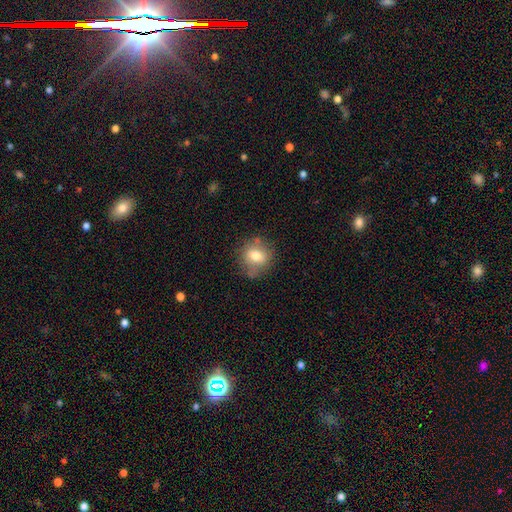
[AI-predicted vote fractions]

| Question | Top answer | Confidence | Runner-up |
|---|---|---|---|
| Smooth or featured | smooth | 74% | featured or disk (16%) |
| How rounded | round | 76% | in between (23%) |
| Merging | none | 70% | minor disturbance (21%) |